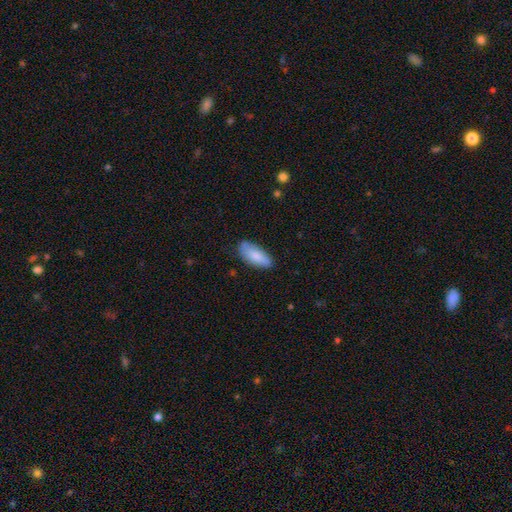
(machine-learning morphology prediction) This is clearly a smooth galaxy (82%). How rounded: clearly in between (84%). Merging: likely none (75%).